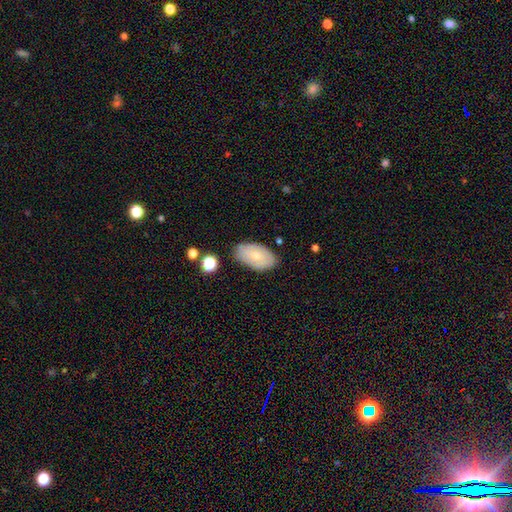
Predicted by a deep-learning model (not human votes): smooth-or-featured: smooth: 63% | featured or disk: 30% | star or artifact: 7%
  how-rounded: in between: 94% | round: 5% | cigar-shaped: 2%
  merging: none: 79% | minor disturbance: 16% | major disturbance: 3% | merger: 2%